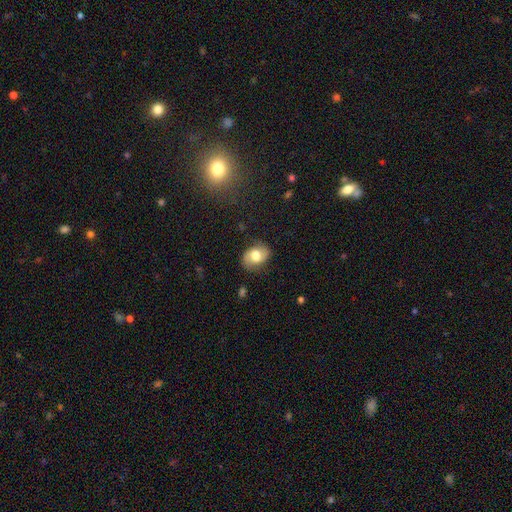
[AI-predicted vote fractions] Smooth or featured?
  - smooth: 59% *
  - featured or disk: 32%
  - star or artifact: 8%
How rounded?
  - in between: 67% *
  - round: 32%
  - cigar-shaped: 1%
Merging?
  - none: 78% *
  - minor disturbance: 17%
  - major disturbance: 4%
  - merger: 1%